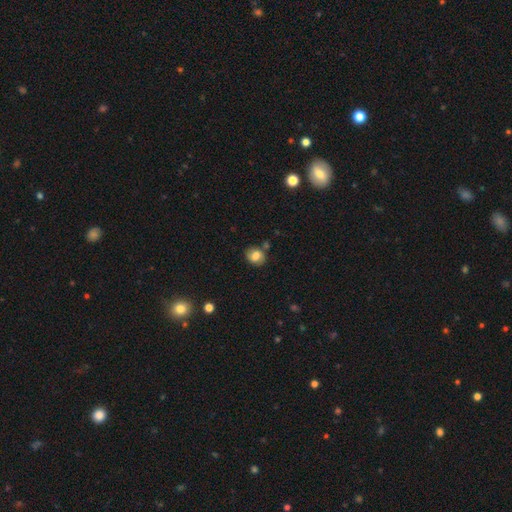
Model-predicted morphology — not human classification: Smooth or featured? smooth (75%)
How rounded? round (59%)
Merging? none (70%)